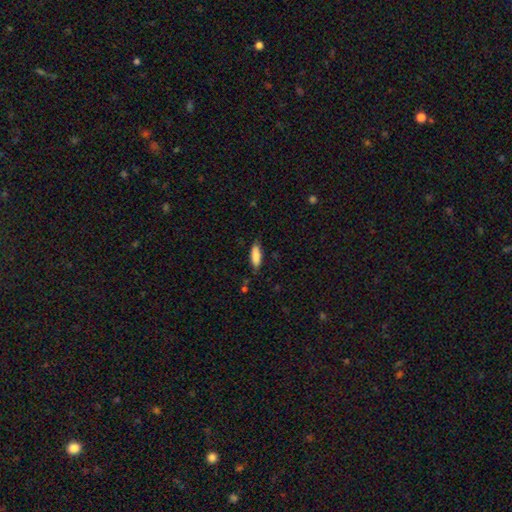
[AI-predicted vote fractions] A smooth galaxy with no disk features (86%) that is in between round and cigar-shaped (57%). Merging: none (80%).